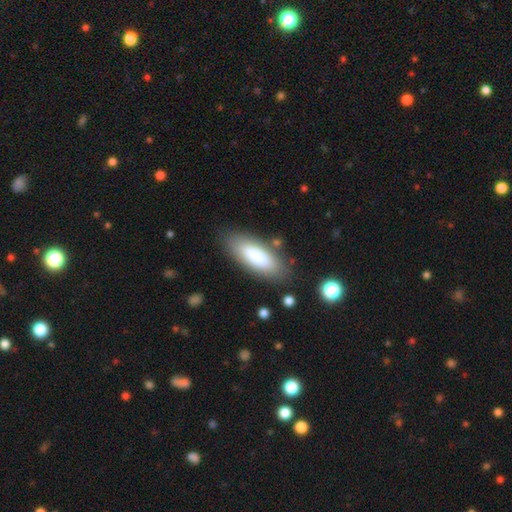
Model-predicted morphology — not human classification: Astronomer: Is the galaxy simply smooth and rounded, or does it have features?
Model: smooth — 83%.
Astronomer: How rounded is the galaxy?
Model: in between — 76%.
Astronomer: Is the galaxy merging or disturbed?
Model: none — 82%.